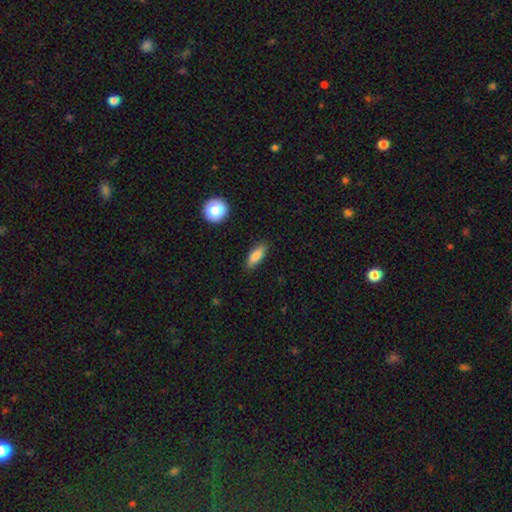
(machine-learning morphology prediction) Q: Smooth or featured?
A: smooth (84%); runner-up: featured or disk (9%)
Q: How rounded?
A: in between (68%); runner-up: cigar-shaped (29%)
Q: Merging?
A: none (85%); runner-up: minor disturbance (11%)